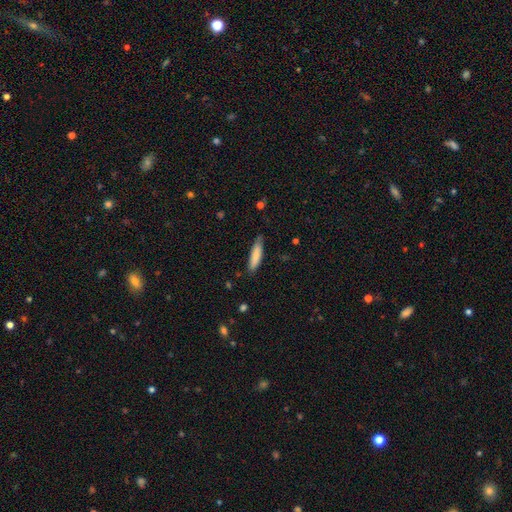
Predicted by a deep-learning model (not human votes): Q: Smooth or featured?
A: smooth (82%); runner-up: featured or disk (12%)
Q: How rounded?
A: cigar-shaped (77%); runner-up: in between (22%)
Q: Merging?
A: none (78%); runner-up: minor disturbance (18%)